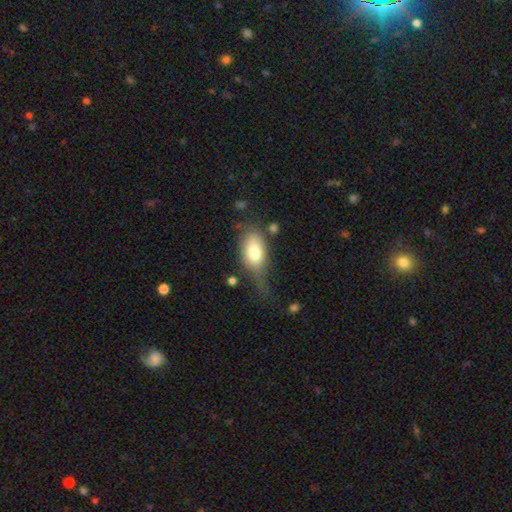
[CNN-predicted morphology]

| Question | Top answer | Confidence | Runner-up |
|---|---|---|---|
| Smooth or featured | smooth | 76% | featured or disk (17%) |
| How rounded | in between | 89% | cigar-shaped (7%) |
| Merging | none | 34% | minor disturbance (33%) |